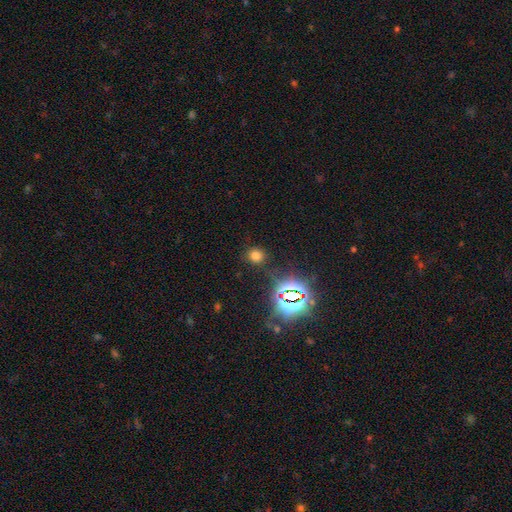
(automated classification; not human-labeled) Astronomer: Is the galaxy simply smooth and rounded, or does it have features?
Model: smooth — 67%.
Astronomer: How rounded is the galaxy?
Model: round — 85%.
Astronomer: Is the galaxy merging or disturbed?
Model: none — 84%.